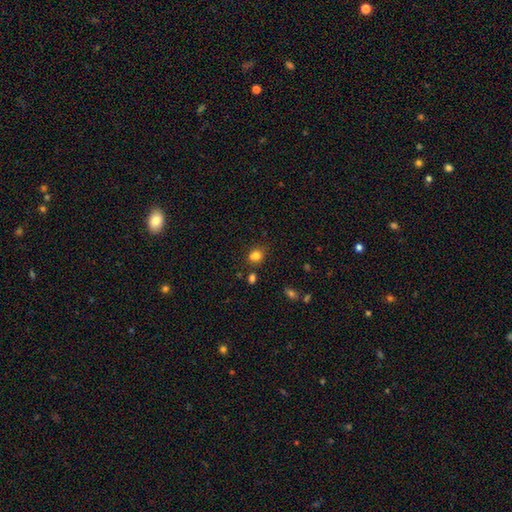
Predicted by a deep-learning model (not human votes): The model was most divided on "how rounded": round: 62%, in between: 37%, cigar-shaped: 1%. More confident: smooth or featured — smooth (82%); merging — none (74%).